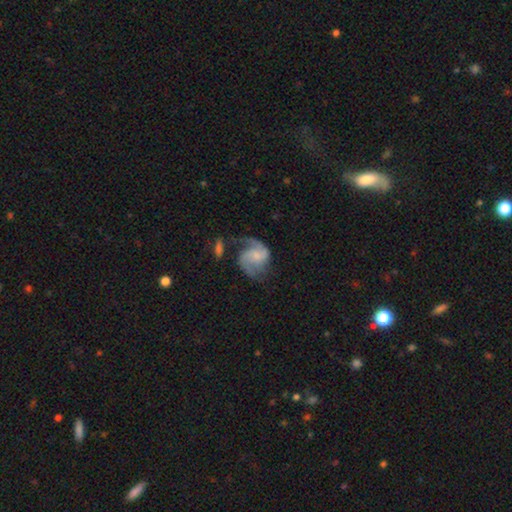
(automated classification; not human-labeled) Overall: featured or disk (82%). Edge-on disk: no (98%). Bar: no (58%; weak 35%). Spiral arms: yes (96%). Spiral arm count: 2 (81%). Spiral winding: medium (49%; loose 35%). Bulge size: small (40%; none 31%). Merging: none (56%; minor disturbance 22%).